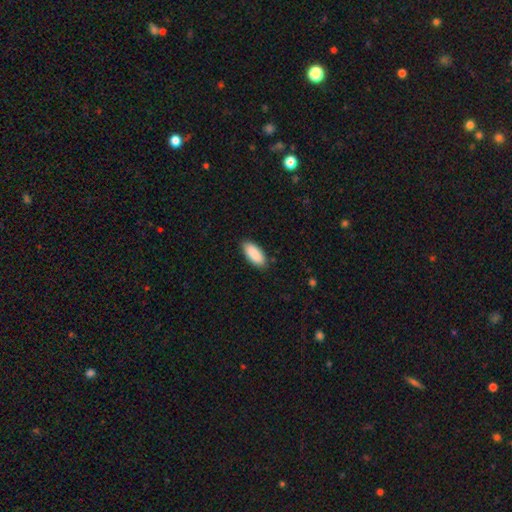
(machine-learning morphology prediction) Smooth or featured: smooth — 91% (star or artifact — 6%)
How rounded: in between — 87% (cigar-shaped — 11%)
Merging: none — 87% (minor disturbance — 10%)